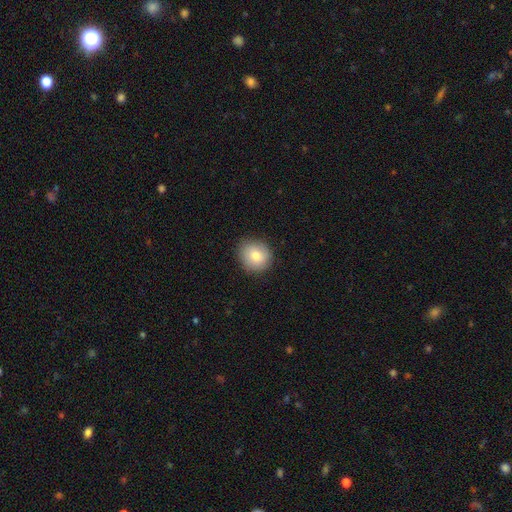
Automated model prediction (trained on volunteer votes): Smooth or featured? smooth (81%)
How rounded? round (84%)
Merging? none (86%)